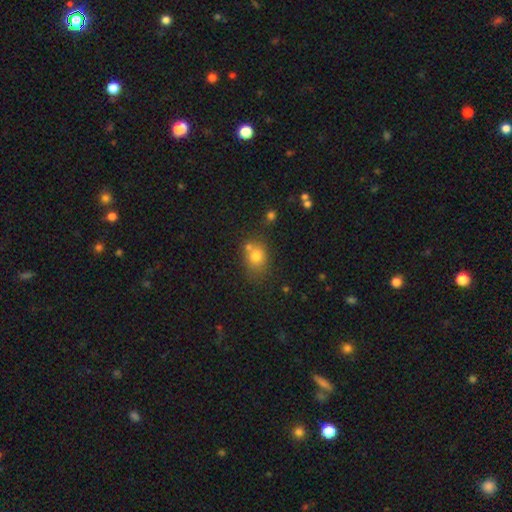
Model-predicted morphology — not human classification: Smooth or featured? smooth (76%)
How rounded? in between (50%)
Merging? none (54%)